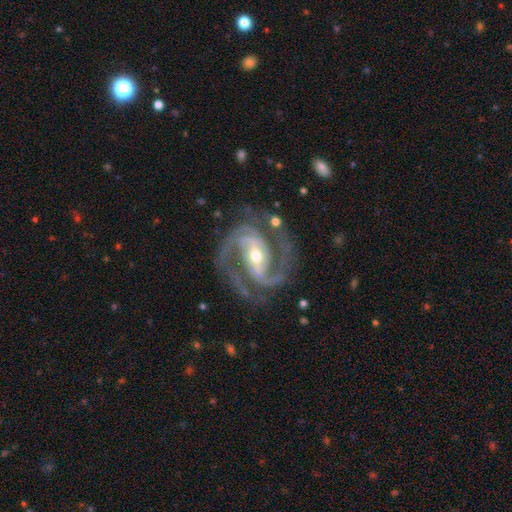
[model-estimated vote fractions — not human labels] Q: Smooth or featured?
A: featured or disk (94%); runner-up: star or artifact (4%)
Q: Edge-on disk?
A: no (98%); runner-up: yes (2%)
Q: Bar?
A: strong (54%); runner-up: weak (31%)
Q: Spiral arms?
A: yes (99%); runner-up: no (1%)
Q: Spiral winding?
A: medium (58%); runner-up: tight (36%)
Q: Spiral arm count?
A: 2 (89%); runner-up: 3 (5%)
Q: Bulge size?
A: moderate (53%); runner-up: small (43%)
Q: Merging?
A: none (79%); runner-up: minor disturbance (13%)